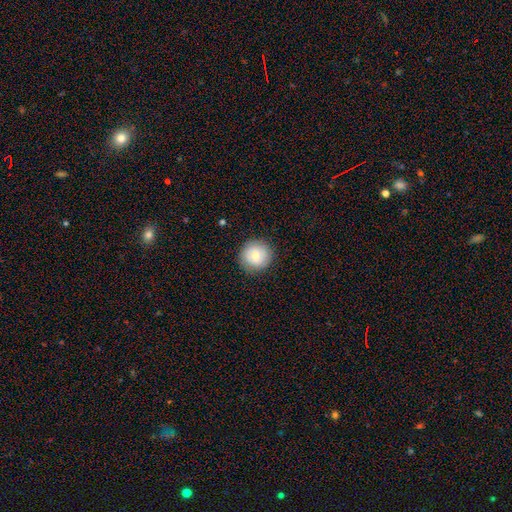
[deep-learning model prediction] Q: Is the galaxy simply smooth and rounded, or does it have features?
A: smooth — 70%.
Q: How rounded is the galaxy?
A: round — 93%.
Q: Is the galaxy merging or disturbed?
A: none — 87%.